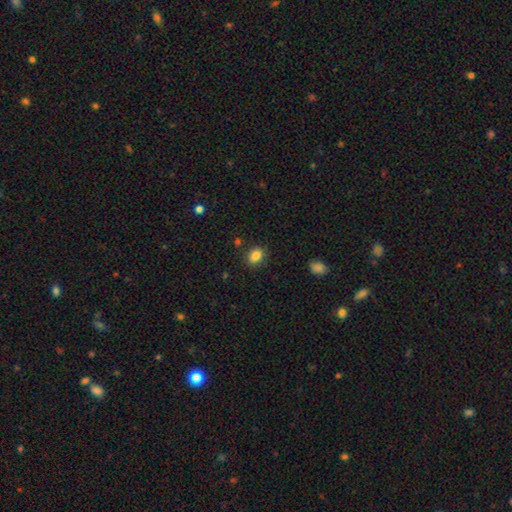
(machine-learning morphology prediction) A smooth galaxy with no disk features (85%) that is in between round and cigar-shaped (64%).

Vote fractions:
- Smooth or featured? smooth: 85% / star or artifact: 10% / featured or disk: 5%
- How rounded? in between: 64% / round: 35% / cigar-shaped: 1%
- Merging? none: 86% / minor disturbance: 9% / major disturbance: 3% / merger: 2%